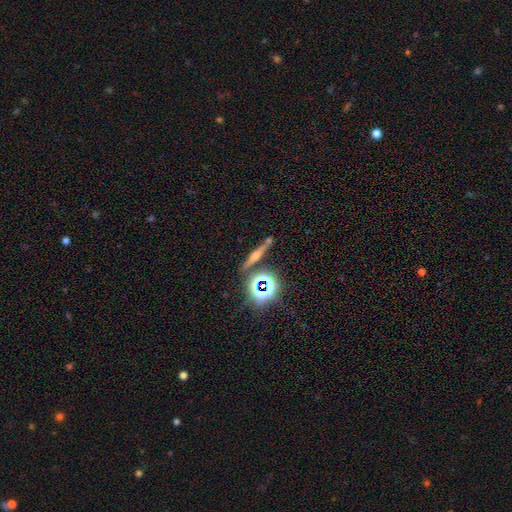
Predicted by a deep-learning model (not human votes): Smooth or featured?
  - featured or disk: 45% *
  - smooth: 30%
  - star or artifact: 25%
Merging?
  - none: 79% *
  - minor disturbance: 10%
  - merger: 8%
  - major disturbance: 3%